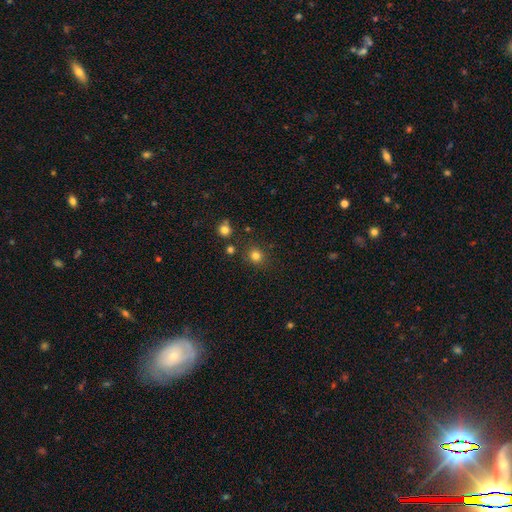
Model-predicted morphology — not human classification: Smooth or featured?
  - smooth: 80% *
  - star or artifact: 15%
  - featured or disk: 5%
How rounded?
  - round: 85% *
  - in between: 14%
  - cigar-shaped: 1%
Merging?
  - none: 85% *
  - minor disturbance: 8%
  - merger: 4%
  - major disturbance: 3%